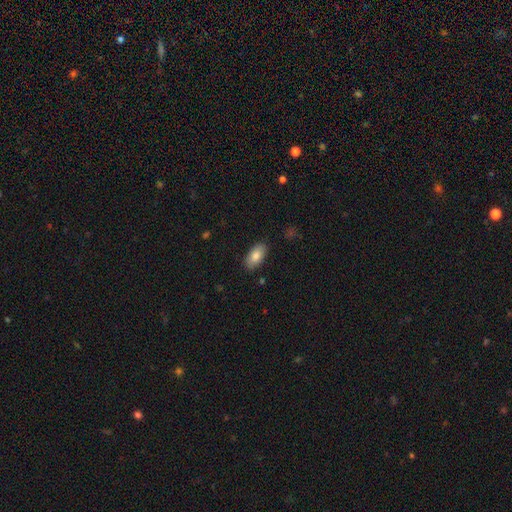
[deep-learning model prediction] Q: Smooth or featured?
A: smooth (84%); runner-up: featured or disk (9%)
Q: How rounded?
A: in between (93%); runner-up: cigar-shaped (4%)
Q: Merging?
A: none (86%); runner-up: minor disturbance (11%)